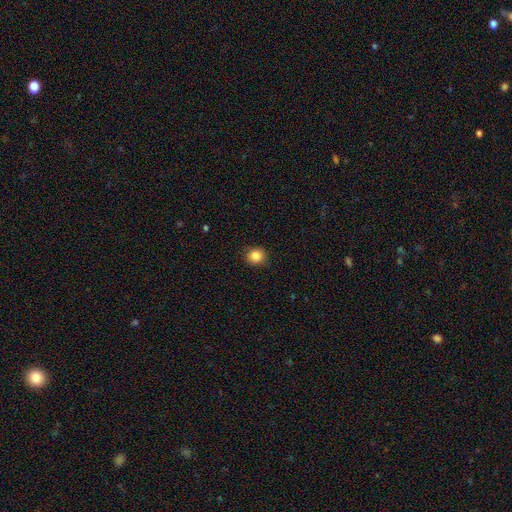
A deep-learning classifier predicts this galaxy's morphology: The model was most divided on "how rounded": round: 85%, in between: 14%, cigar-shaped: 1%. More confident: merging — none (88%); smooth or featured — smooth (86%).